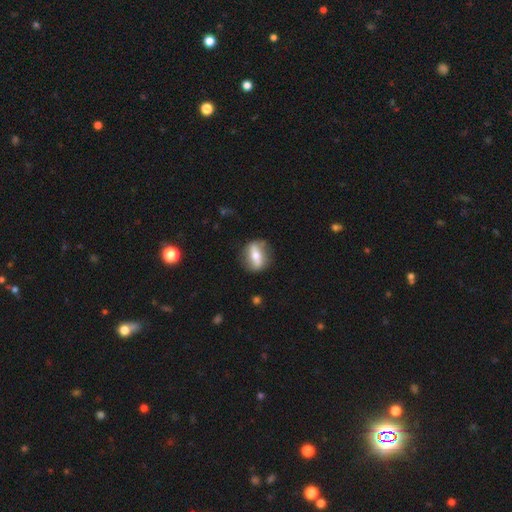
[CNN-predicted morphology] featured or disk 60%, smooth 33%, star or artifact 7%. Down the decision tree: edge-on disk — no (66%); merging — none (81%).